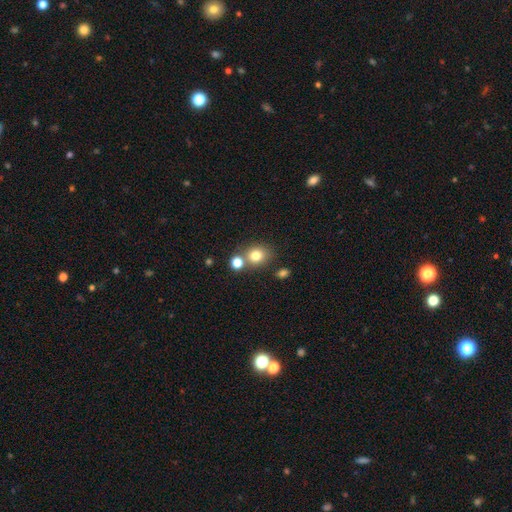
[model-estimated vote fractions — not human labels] Smooth or featured: smooth — 79% (star or artifact — 13%)
How rounded: round — 73% (in between — 26%)
Merging: none — 64% (merger — 22%)